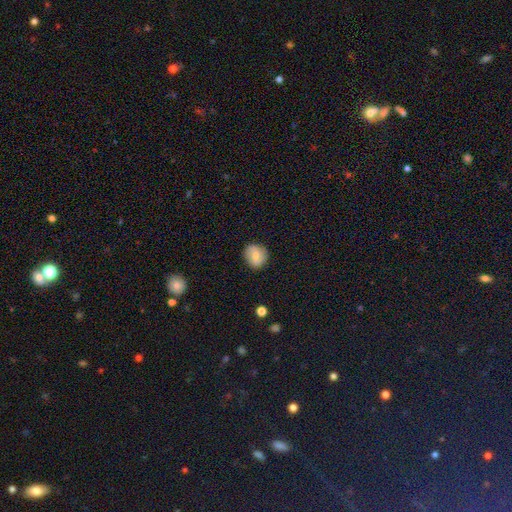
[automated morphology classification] Smooth or featured: smooth — 67% (featured or disk — 25%)
How rounded: round — 85% (in between — 14%)
Merging: none — 87% (minor disturbance — 10%)